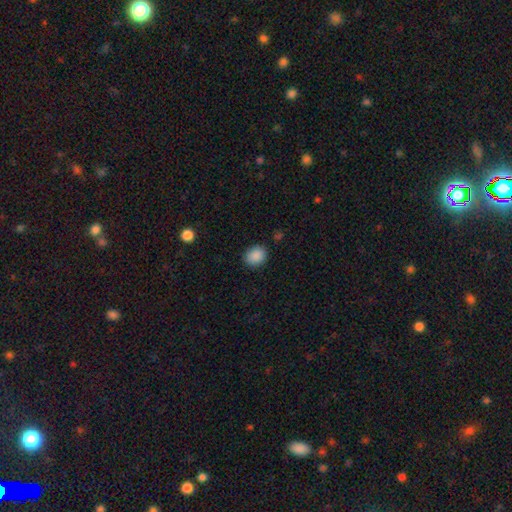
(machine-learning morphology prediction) smooth_or_featured: smooth (p=0.88) [alt: star or artifact p=0.09]
how_rounded: round (p=0.54) [alt: in between p=0.45]
merging: none (p=0.86) [alt: minor disturbance p=0.10]